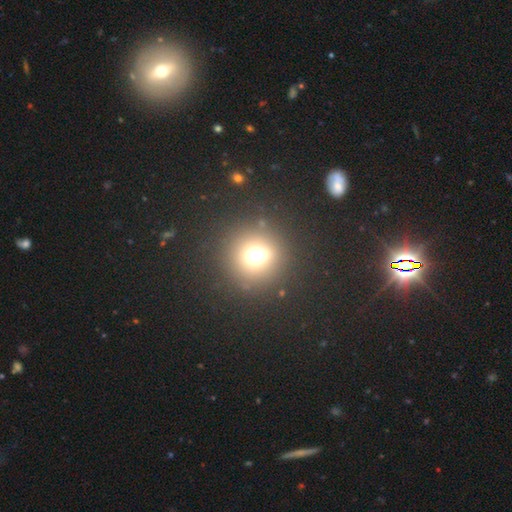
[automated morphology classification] type=smooth (61%); roundness=round (89%); merging=none (82%).